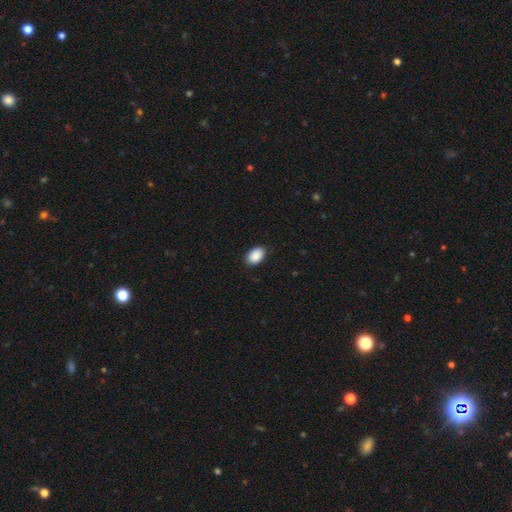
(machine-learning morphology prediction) Overall: smooth (91%). How rounded: in between (88%). Merging: none (87%).